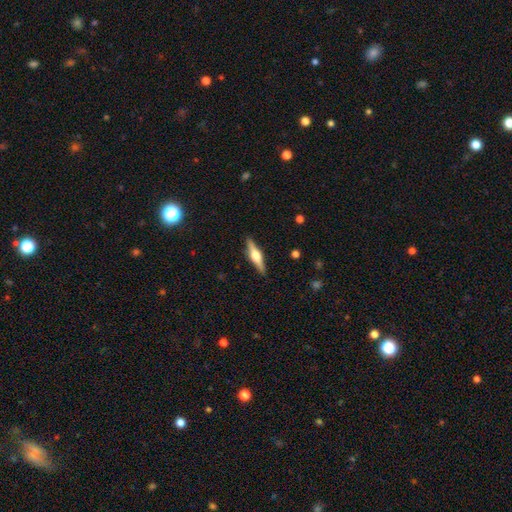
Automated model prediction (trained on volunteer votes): smooth_or_featured: featured or disk (p=0.70) [alt: smooth p=0.25]
disk_edge_on: yes (p=0.97) [alt: no p=0.03]
edge_on_bulge: rounded (p=0.94) [alt: boxy p=0.04]
merging: none (p=0.90) [alt: minor disturbance p=0.07]